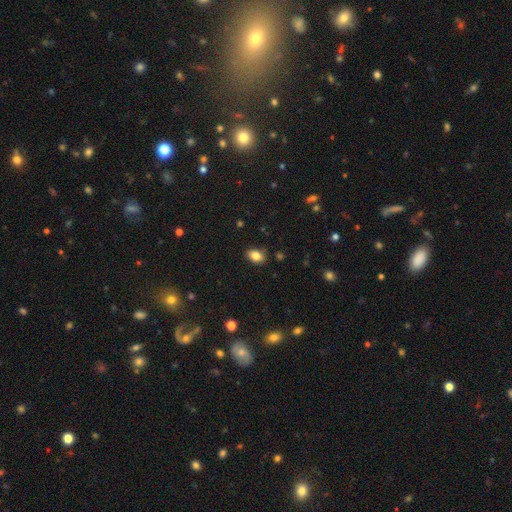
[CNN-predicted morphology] The model was most divided on "how rounded": in between: 80%, round: 19%, cigar-shaped: 1%. More confident: merging — none (85%); smooth or featured — smooth (84%).